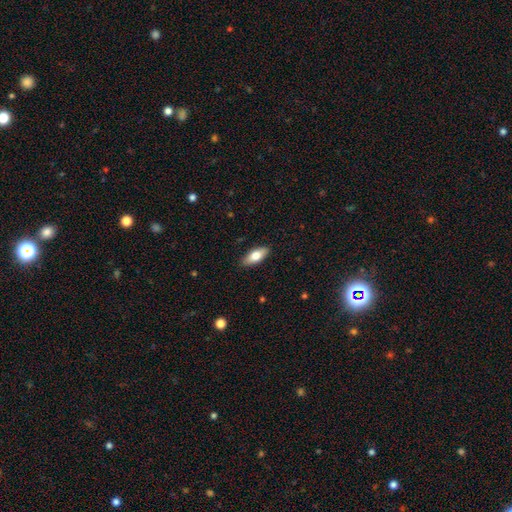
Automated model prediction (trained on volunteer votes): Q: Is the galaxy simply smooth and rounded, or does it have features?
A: smooth — 74%.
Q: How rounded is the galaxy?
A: in between — 82%.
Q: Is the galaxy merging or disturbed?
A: none — 89%.